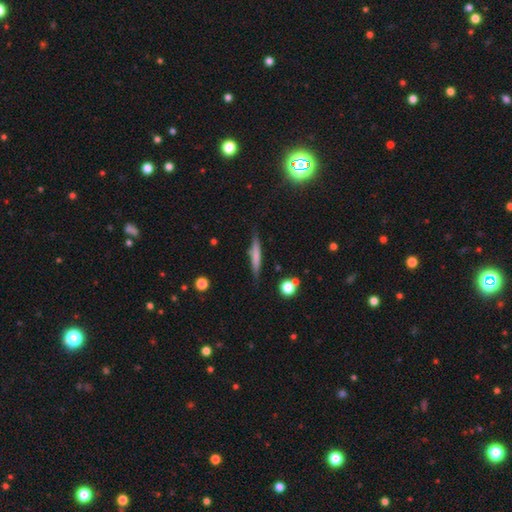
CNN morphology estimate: Smooth or featured? smooth (58%)
How rounded? cigar-shaped (91%)
Merging? none (81%)